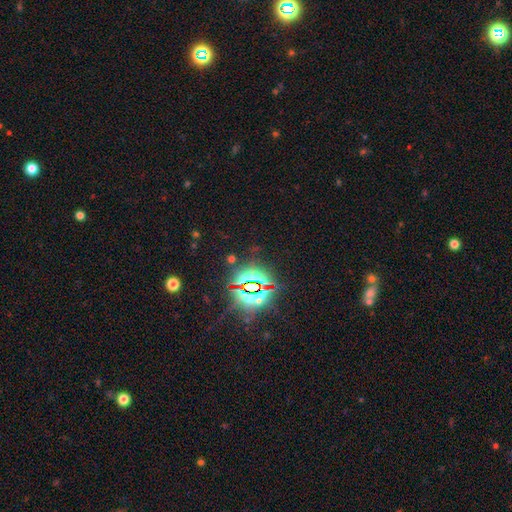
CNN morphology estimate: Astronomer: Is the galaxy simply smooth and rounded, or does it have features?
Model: star or artifact — 84%.